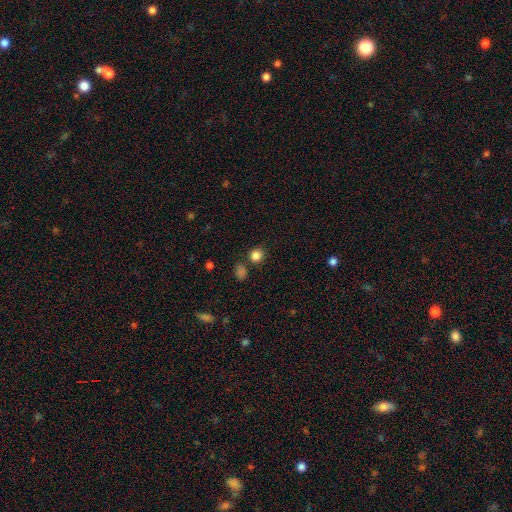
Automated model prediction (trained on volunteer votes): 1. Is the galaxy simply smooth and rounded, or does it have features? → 83% smooth, 13% star or artifact, 4% featured or disk.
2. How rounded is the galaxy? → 88% round, 11% in between, 1% cigar-shaped.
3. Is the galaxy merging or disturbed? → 81% none, 8% minor disturbance, 8% merger, 3% major disturbance.